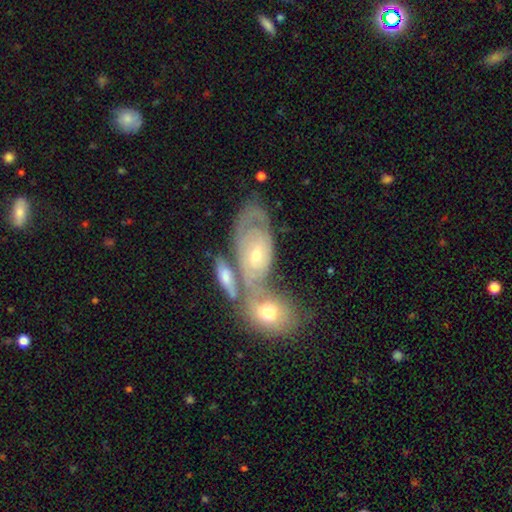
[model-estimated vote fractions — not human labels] Morphology: type=featured or disk (71%); edge-on=no (90%); bar=no (74%); spiral arms=yes (73%); bulge=small (48%); merging=merger (40%).